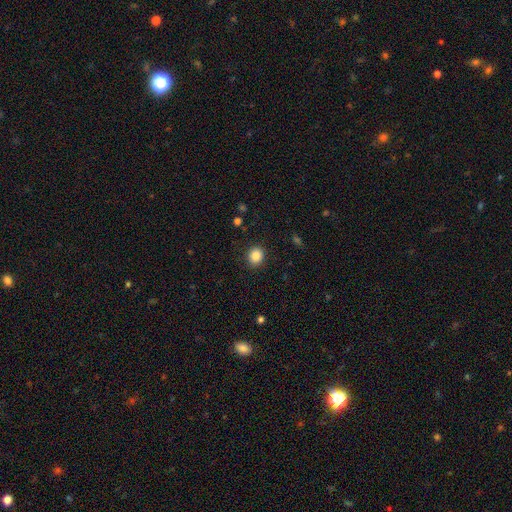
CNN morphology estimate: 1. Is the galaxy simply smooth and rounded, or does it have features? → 86% smooth, 10% star or artifact, 4% featured or disk.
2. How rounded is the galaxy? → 76% round, 24% in between, 1% cigar-shaped.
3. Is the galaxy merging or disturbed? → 90% none, 7% minor disturbance, 2% major disturbance, 1% merger.